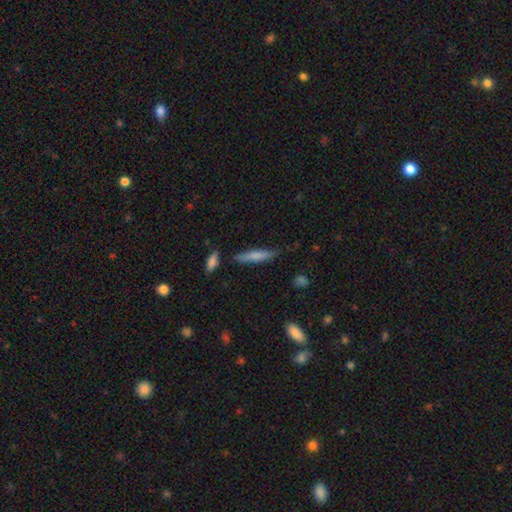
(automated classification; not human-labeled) Q: Smooth or featured?
A: smooth (72%); runner-up: featured or disk (22%)
Q: How rounded?
A: cigar-shaped (85%); runner-up: in between (13%)
Q: Merging?
A: none (76%); runner-up: minor disturbance (17%)